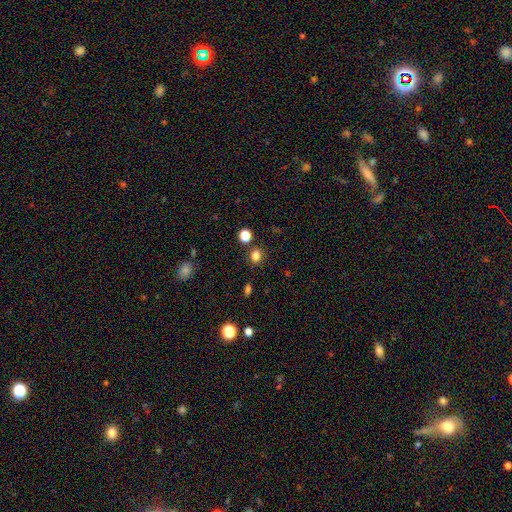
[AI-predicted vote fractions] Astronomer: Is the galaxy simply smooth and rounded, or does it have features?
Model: smooth — 81%.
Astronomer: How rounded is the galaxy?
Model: round — 67%.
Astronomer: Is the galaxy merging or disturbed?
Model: none — 84%.